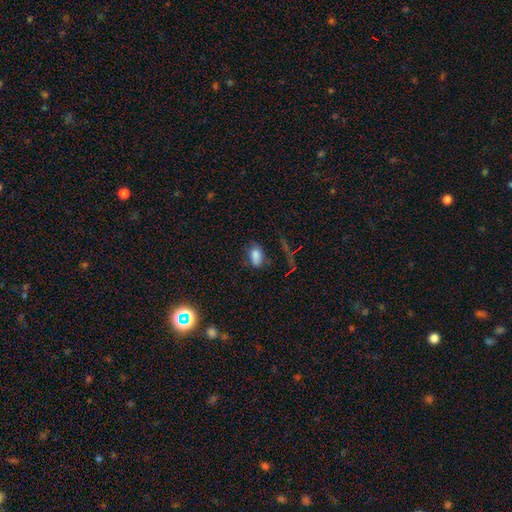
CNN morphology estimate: The model was most divided on "merging": none: 63%, minor disturbance: 23%, major disturbance: 11%, merger: 4%. More confident: how rounded — in between (89%); smooth or featured — smooth (81%).